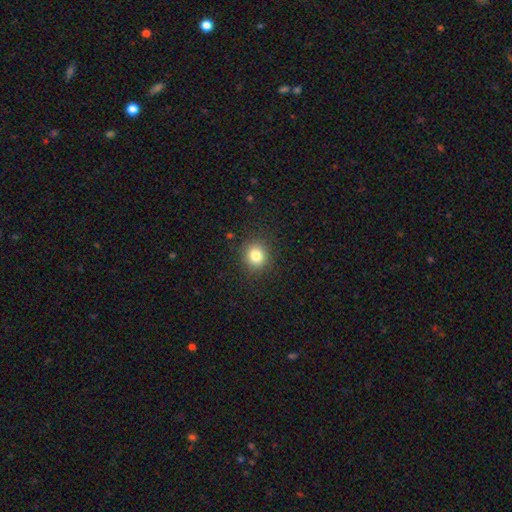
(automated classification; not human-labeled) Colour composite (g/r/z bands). It shows a smooth galaxy with no disk features (82%) that is round (84%). Merging: none (89%).